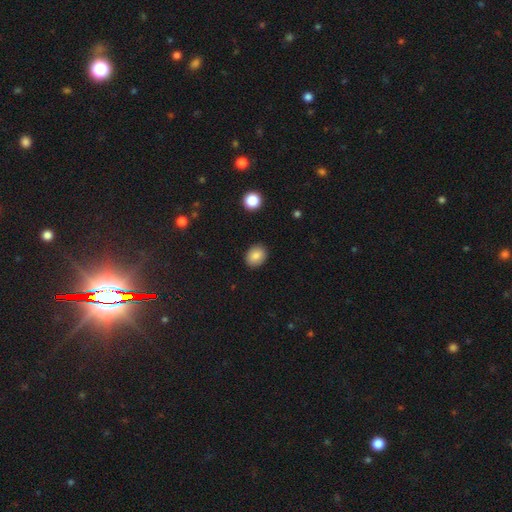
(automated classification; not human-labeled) A smooth galaxy with no disk features (85%) that is in between round and cigar-shaped (55%).

Vote fractions:
- Smooth or featured? smooth: 85% / star or artifact: 9% / featured or disk: 6%
- How rounded? in between: 55% / round: 44% / cigar-shaped: 1%
- Merging? none: 89% / minor disturbance: 7% / major disturbance: 2% / merger: 1%